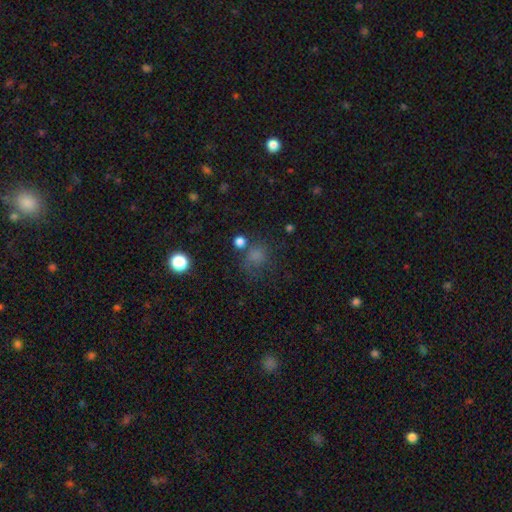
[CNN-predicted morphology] A smooth galaxy with no disk features (71%) that is round (77%). Merging: none (57%).